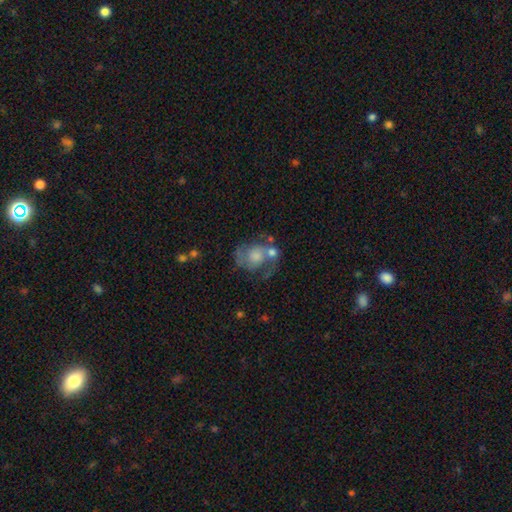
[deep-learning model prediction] Smooth or featured?
  - featured or disk: 65% *
  - smooth: 25%
  - star or artifact: 10%
Edge-on disk?
  - no: 98% *
  - yes: 2%
Bar?
  - no: 75% *
  - weak: 21%
  - strong: 4%
Spiral arms?
  - yes: 81% *
  - no: 19%
Spiral winding?
  - medium: 48% *
  - loose: 27%
  - tight: 25%
Spiral arm count?
  - 2: 73% *
  - can't tell: 12%
  - 1: 10%
  - 3: 3%
  - 4: 2%
  - more than 4: 1%
Bulge size?
  - moderate: 41% *
  - small: 25%
  - large: 19%
  - none: 13%
  - dominant: 3%
Merging?
  - none: 47% *
  - minor disturbance: 19%
  - merger: 18%
  - major disturbance: 17%